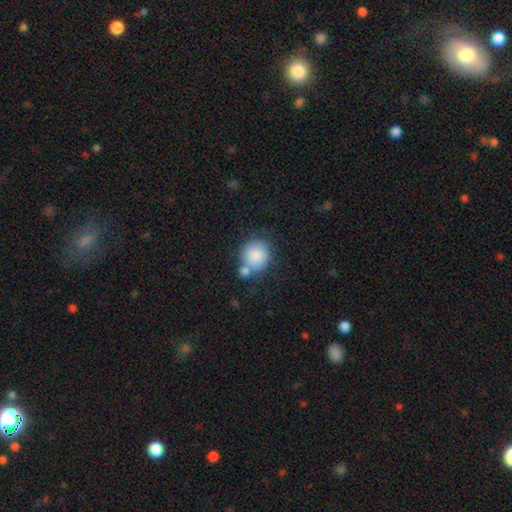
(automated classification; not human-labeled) Smooth or featured: smooth — 85% (star or artifact — 8%)
How rounded: round — 82% (in between — 17%)
Merging: none — 54% (merger — 27%)